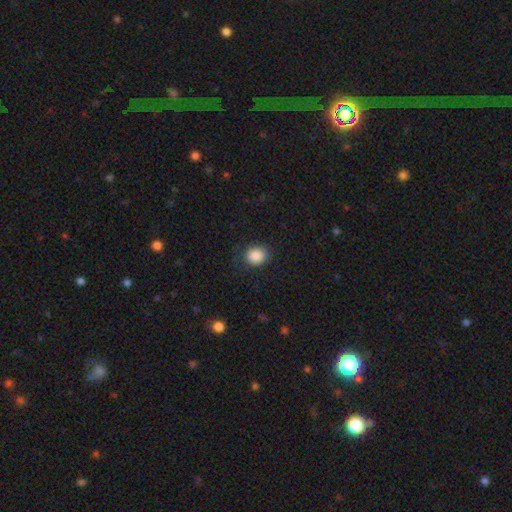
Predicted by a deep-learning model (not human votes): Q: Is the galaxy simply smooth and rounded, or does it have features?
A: smooth — 88%.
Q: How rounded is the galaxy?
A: round — 74%.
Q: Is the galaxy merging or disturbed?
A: none — 82%.